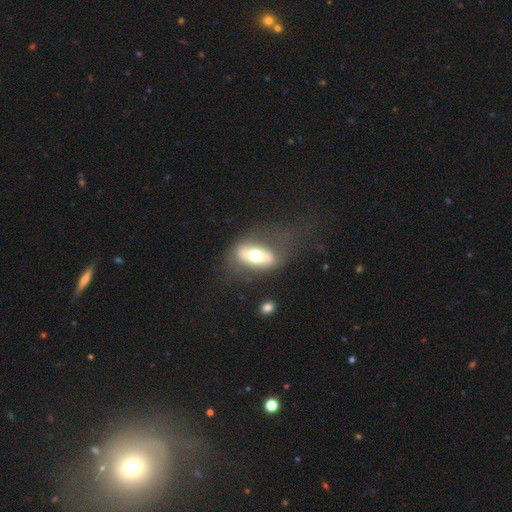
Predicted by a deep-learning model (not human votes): Overall: smooth (54%; featured or disk 39%). How rounded: in between (83%). Merging: none (53%; major disturbance 24%).